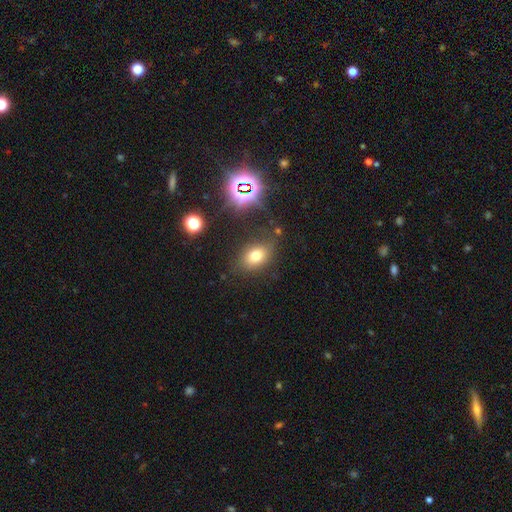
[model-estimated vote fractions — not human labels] This is likely a smooth galaxy (69%). How rounded: likely in between (72%). Merging: likely none (78%).